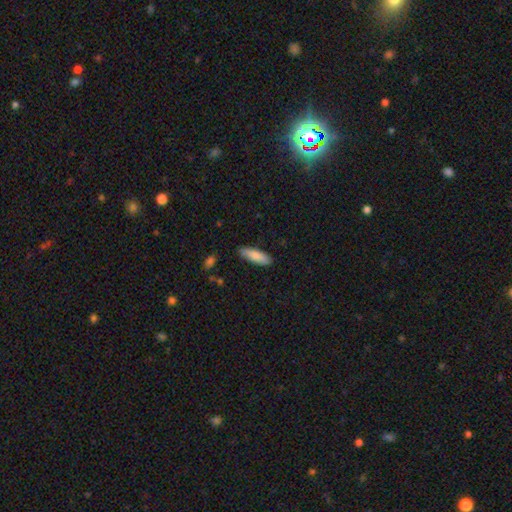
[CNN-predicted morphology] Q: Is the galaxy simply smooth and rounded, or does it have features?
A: smooth — 84%.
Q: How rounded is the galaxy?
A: cigar-shaped — 50%.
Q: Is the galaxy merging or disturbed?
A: none — 83%.